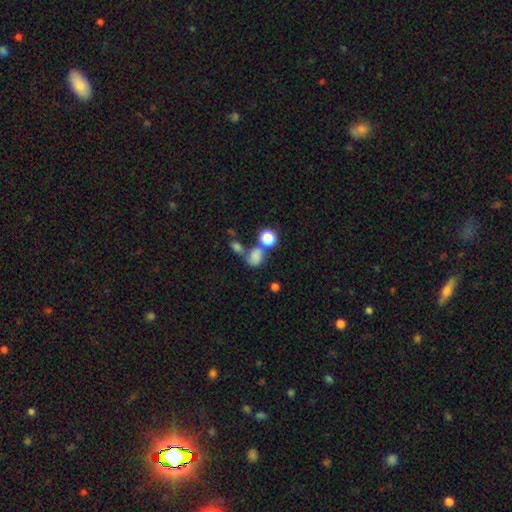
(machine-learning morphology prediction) This is likely a smooth galaxy (77%). How rounded: possibly round (49%, tied with in between). Merging: marginally merger (42%).